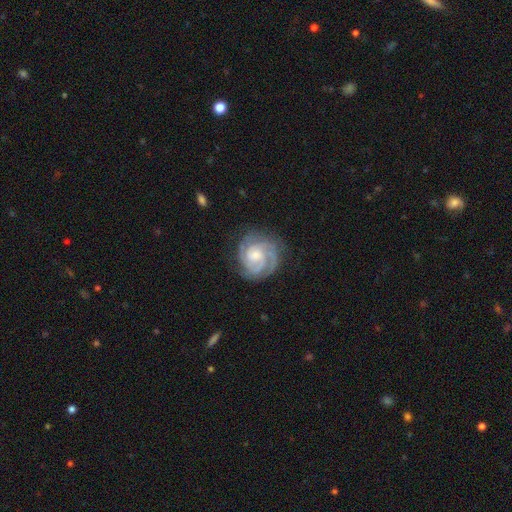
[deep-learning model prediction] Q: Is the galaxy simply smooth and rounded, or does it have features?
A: featured or disk — 88%.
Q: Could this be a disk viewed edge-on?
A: no — 98%.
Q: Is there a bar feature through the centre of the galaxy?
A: no — 68%.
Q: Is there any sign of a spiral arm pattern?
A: yes — 98%.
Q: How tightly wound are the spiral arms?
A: tight — 72%.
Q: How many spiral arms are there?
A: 3 — 48%.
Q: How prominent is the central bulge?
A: moderate — 46%.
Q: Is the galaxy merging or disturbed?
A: none — 77%.